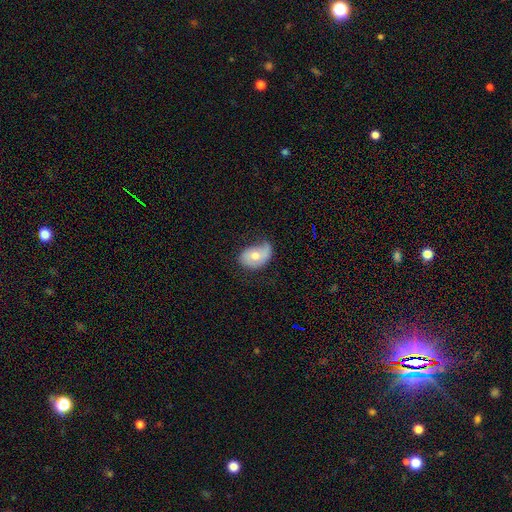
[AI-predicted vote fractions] Q: Smooth or featured?
A: smooth (55%); runner-up: featured or disk (38%)
Q: How rounded?
A: in between (81%); runner-up: round (18%)
Q: Merging?
A: minor disturbance (40%); runner-up: none (39%)